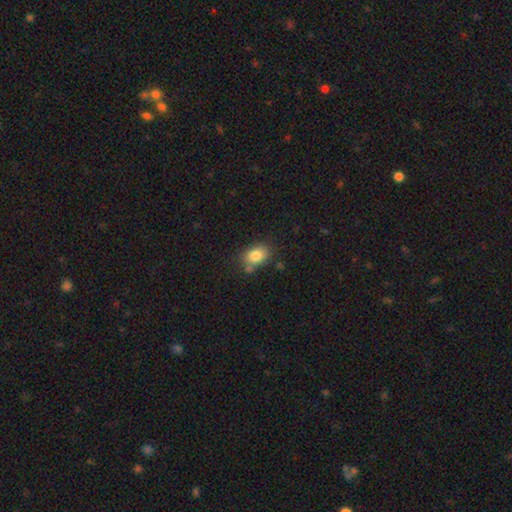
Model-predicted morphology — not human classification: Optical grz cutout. It shows a smooth galaxy with no disk features (82%) that is in between round and cigar-shaped (78%). Merging: none (70%).